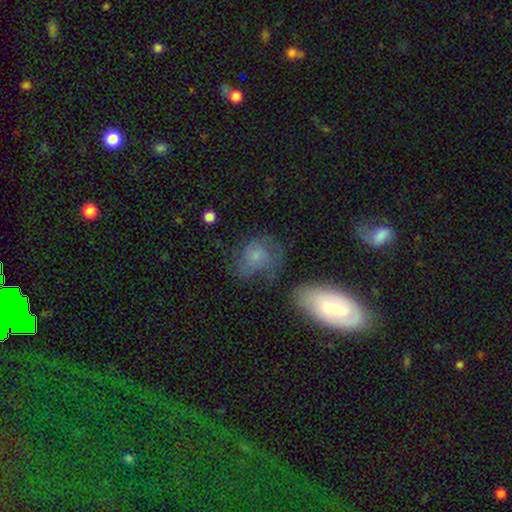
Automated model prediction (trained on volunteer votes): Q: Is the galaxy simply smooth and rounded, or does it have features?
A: smooth — 58%.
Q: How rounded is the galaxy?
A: round — 51%.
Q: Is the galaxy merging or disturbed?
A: none — 34%.